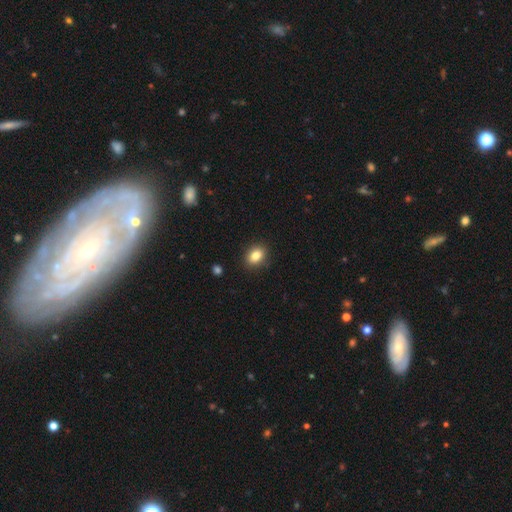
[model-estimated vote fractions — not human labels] Overall: smooth (84%). How rounded: in between (61%; round 38%). Merging: none (89%).